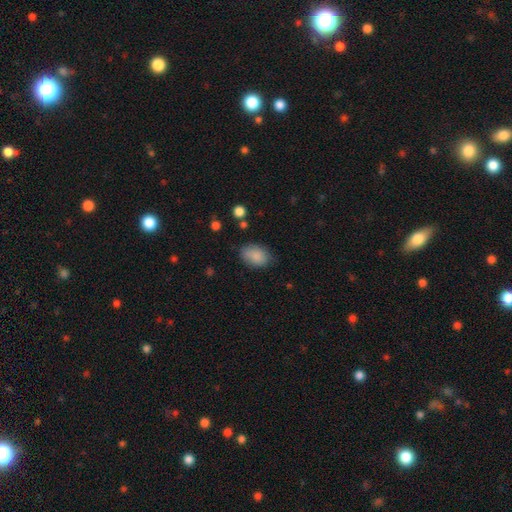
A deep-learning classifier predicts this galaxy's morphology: A smooth galaxy with no disk features (87%) that is in between round and cigar-shaped (84%). Merging: none (75%).